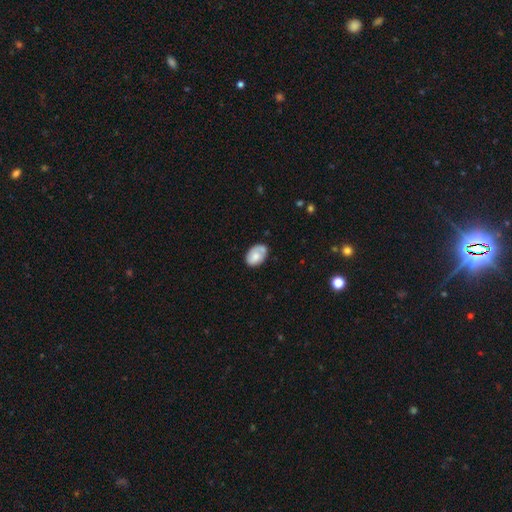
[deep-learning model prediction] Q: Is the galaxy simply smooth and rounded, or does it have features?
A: smooth — 69%.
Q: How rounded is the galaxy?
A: in between — 87%.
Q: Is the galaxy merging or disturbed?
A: none — 61%.